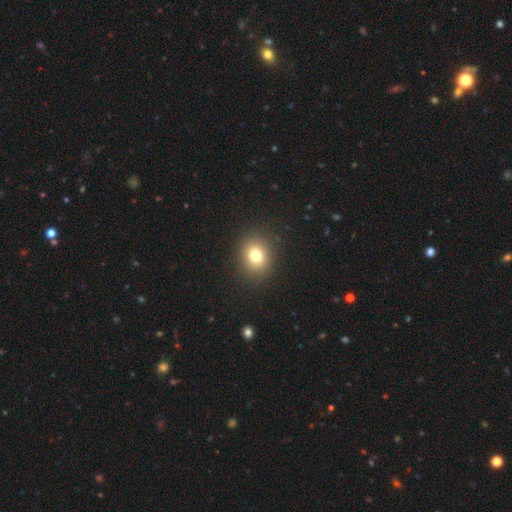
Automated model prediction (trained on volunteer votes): A smooth galaxy with no disk features (78%) that is round (67%).

Vote fractions:
- Smooth or featured? smooth: 78% / star or artifact: 13% / featured or disk: 9%
- How rounded? round: 67% / in between: 32% / cigar-shaped: 1%
- Merging? none: 89% / minor disturbance: 7% / major disturbance: 3% / merger: 1%